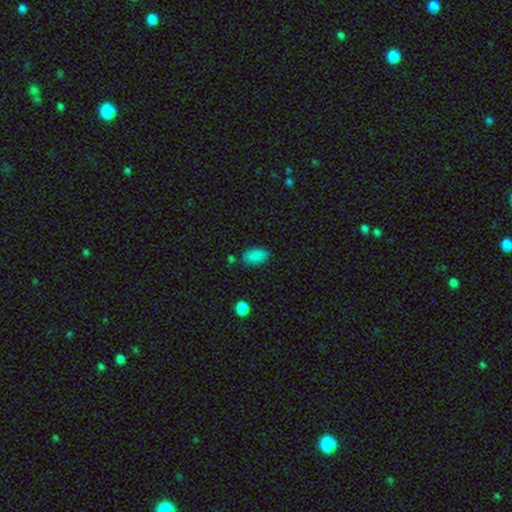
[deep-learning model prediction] Overall: smooth (86%). How rounded: in between (92%). Merging: none (79%).